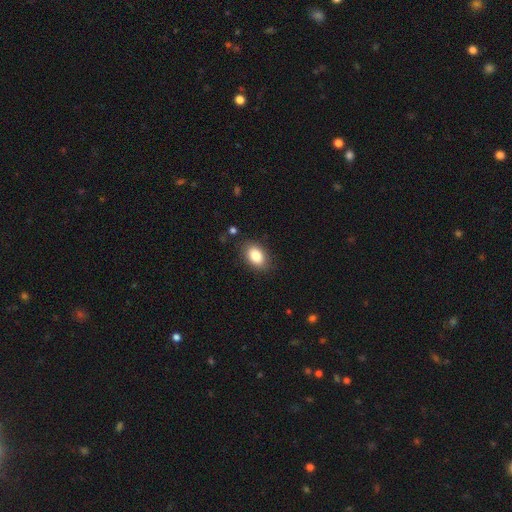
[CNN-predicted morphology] smooth_or_featured: smooth (p=0.84) [alt: featured or disk p=0.08]
how_rounded: in between (p=0.86) [alt: round p=0.13]
merging: none (p=0.85) [alt: minor disturbance p=0.11]